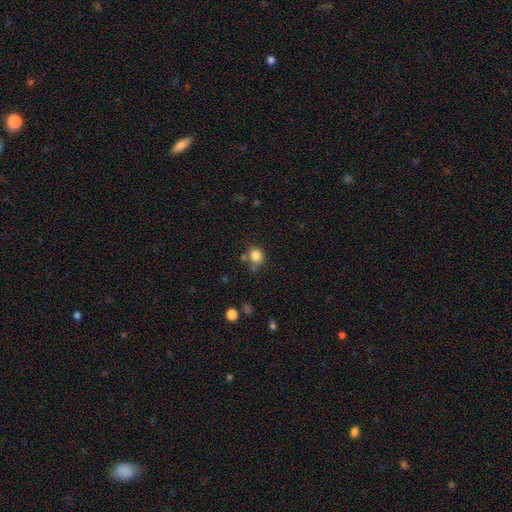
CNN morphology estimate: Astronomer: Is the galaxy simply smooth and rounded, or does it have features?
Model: smooth — 82%.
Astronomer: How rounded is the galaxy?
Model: round — 68%.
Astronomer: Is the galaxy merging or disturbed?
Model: none — 60%.